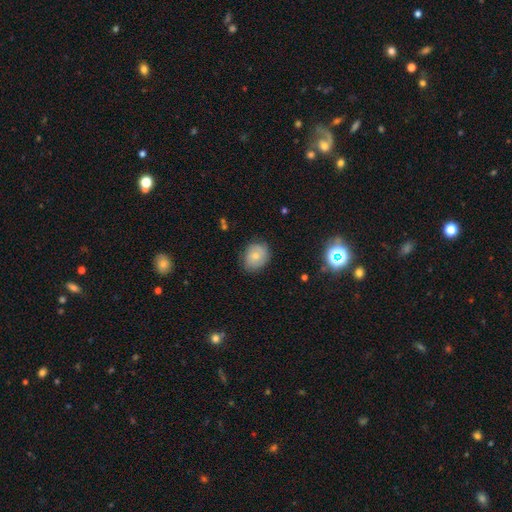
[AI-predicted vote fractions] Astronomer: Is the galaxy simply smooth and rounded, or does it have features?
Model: smooth — 63%.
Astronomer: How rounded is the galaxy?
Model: round — 58% (runner-up: in between, 41%).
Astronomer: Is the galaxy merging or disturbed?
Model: none — 76%.